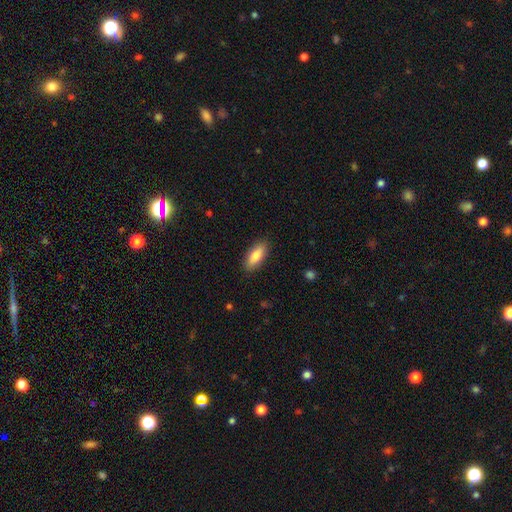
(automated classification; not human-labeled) smooth 82%, featured or disk 12%, star or artifact 6%. Down the decision tree: how rounded — in between (78%); merging — none (88%).